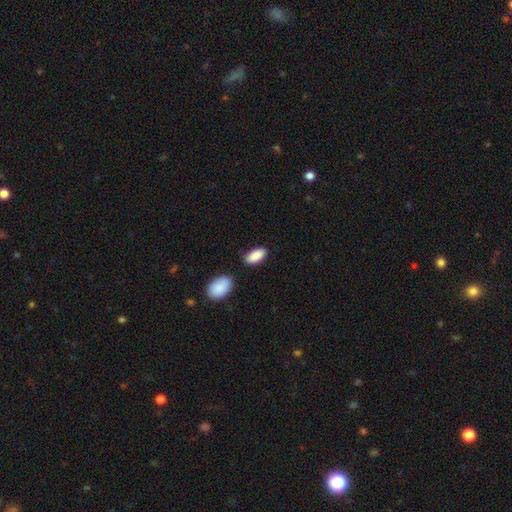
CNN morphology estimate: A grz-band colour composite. It shows a smooth galaxy with no disk features (90%) that is in between round and cigar-shaped (92%). Merging: none (78%).